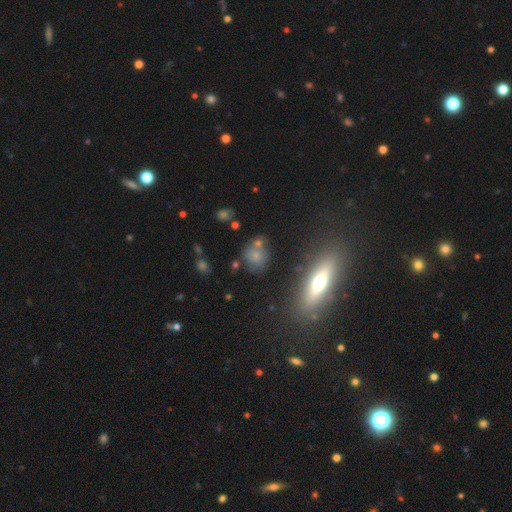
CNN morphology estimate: type=smooth (65%); roundness=round (70%); merging=none (64%).